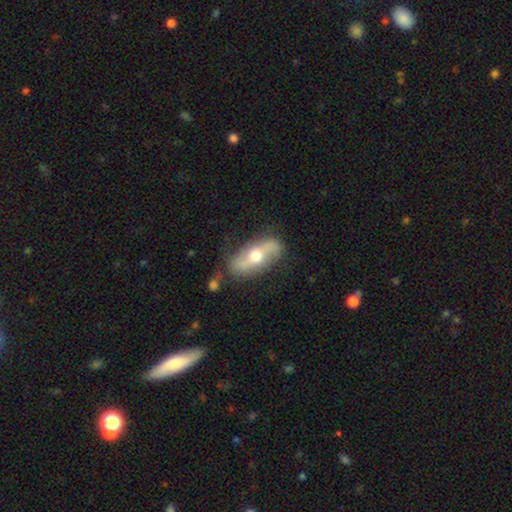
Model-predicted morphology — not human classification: Overall: featured or disk (64%; smooth 30%). Edge-on disk: no (74%). Merging: none (76%).